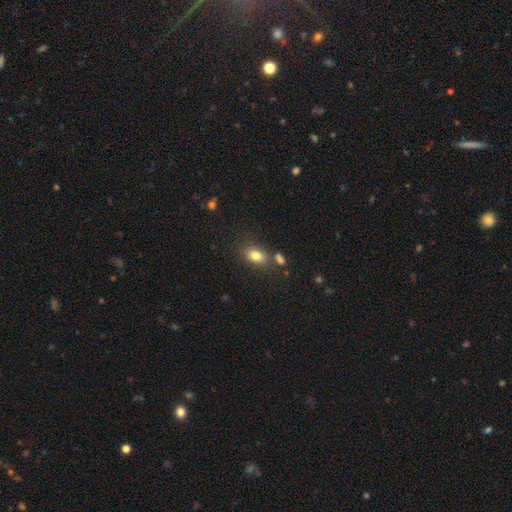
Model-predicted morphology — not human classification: A smooth galaxy with no disk features (79%) that is in between round and cigar-shaped (79%). Merging: none (69%).